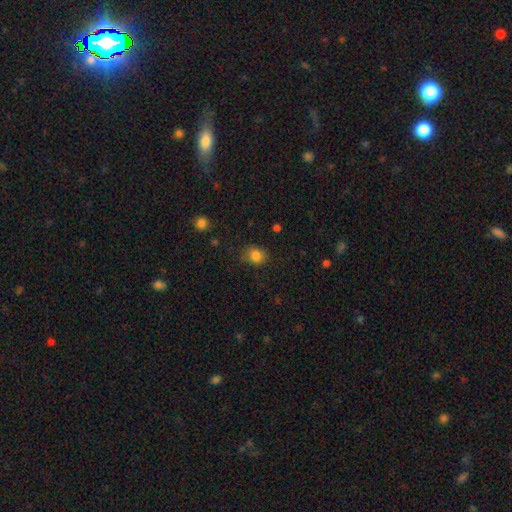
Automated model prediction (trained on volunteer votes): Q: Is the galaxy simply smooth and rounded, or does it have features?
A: smooth — 83%.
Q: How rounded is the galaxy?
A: round — 62%.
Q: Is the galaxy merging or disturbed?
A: none — 74%.